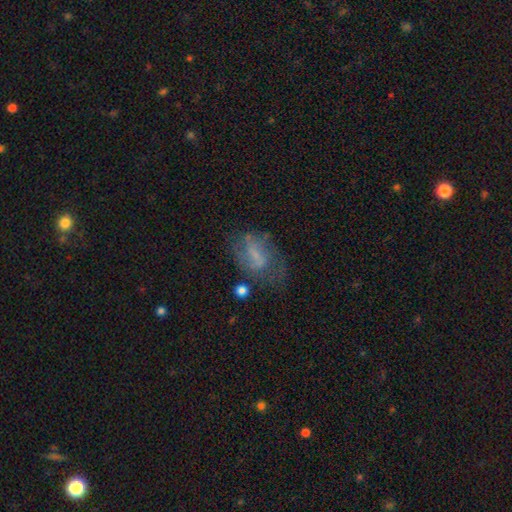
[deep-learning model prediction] smooth-or-featured: featured or disk: 51% | smooth: 37% | star or artifact: 11%
  disk-edge-on: no: 95% | yes: 5%
  merging: none: 43% | major disturbance: 27% | minor disturbance: 25% | merger: 5%